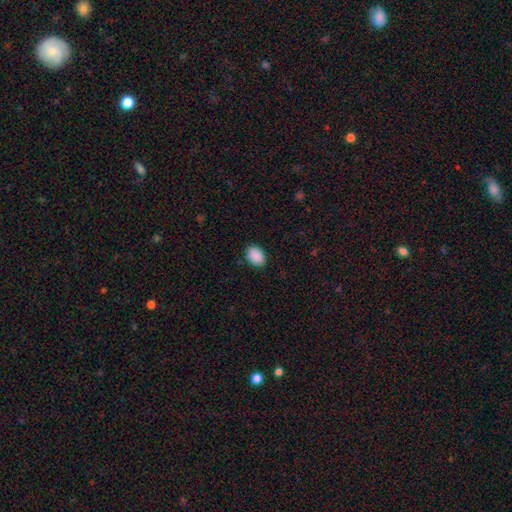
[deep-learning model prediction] Smooth or featured? Predicted: smooth (p=0.91). How rounded? Predicted: in between (p=0.81). Merging? Predicted: none (p=0.88).